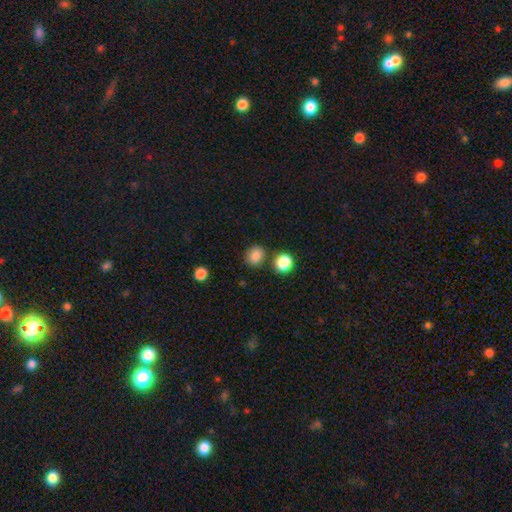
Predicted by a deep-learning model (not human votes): Morphology: type=smooth (84%); roundness=round (76%); merging=none (75%).